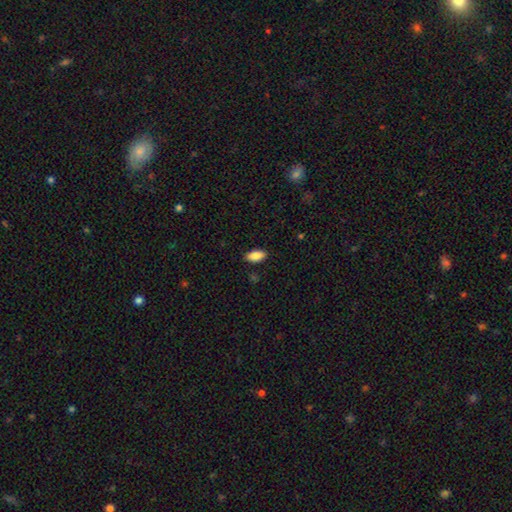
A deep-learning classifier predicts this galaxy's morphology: The model was most divided on "merging": none: 87%, minor disturbance: 10%, major disturbance: 2%, merger: 1%. More confident: how rounded — in between (90%); smooth or featured — smooth (88%).